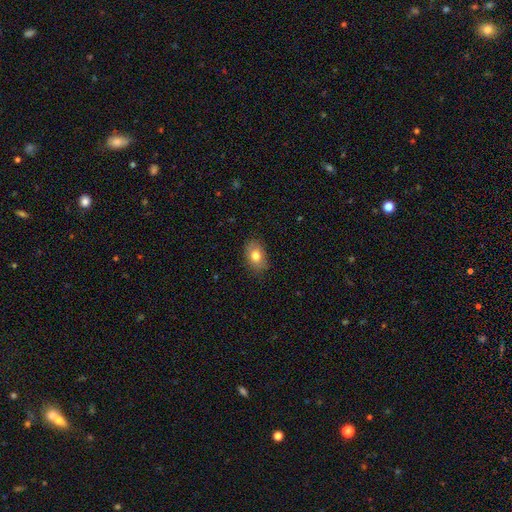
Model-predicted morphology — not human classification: Q: Smooth or featured?
A: smooth (78%); runner-up: featured or disk (13%)
Q: How rounded?
A: in between (82%); runner-up: round (16%)
Q: Merging?
A: none (82%); runner-up: minor disturbance (14%)